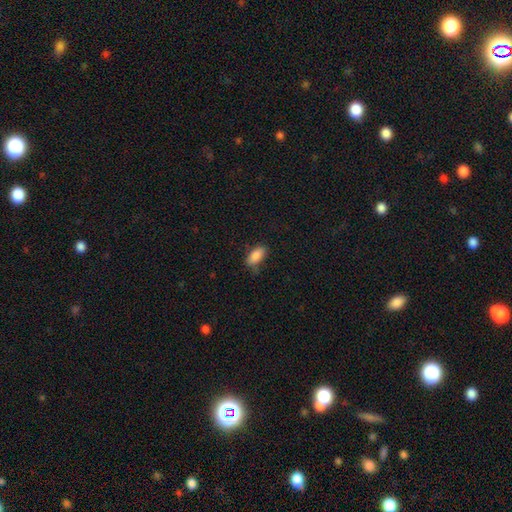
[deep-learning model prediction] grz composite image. It shows a smooth galaxy with no disk features (87%) that is in between round and cigar-shaped (88%). Merging: none (72%).